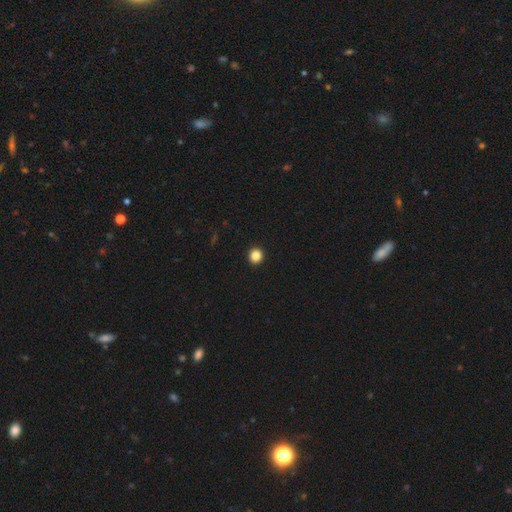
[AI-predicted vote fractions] This appears to be a smooth galaxy with no disk features (86%) that is round (91%). Merging: none (94%).